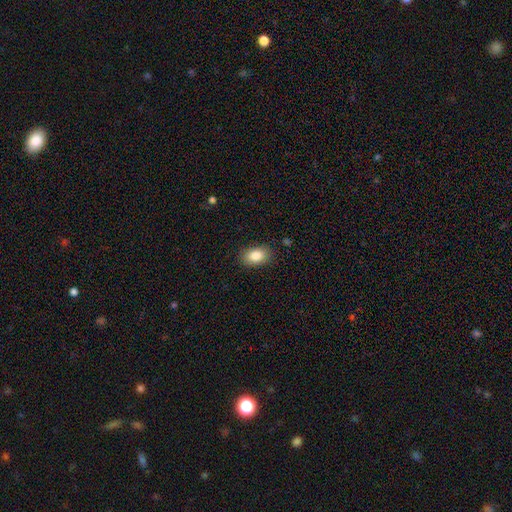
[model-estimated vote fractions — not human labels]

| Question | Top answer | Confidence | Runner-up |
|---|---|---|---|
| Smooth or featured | smooth | 85% | star or artifact (8%) |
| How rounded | in between | 88% | round (10%) |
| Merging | none | 86% | minor disturbance (10%) |